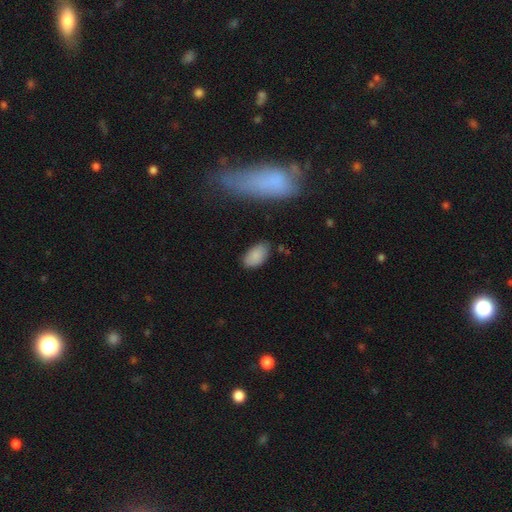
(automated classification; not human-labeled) The model was most divided on "merging": none: 77%, minor disturbance: 18%, major disturbance: 3%, merger: 2%. More confident: how rounded — in between (95%); smooth or featured — smooth (85%).